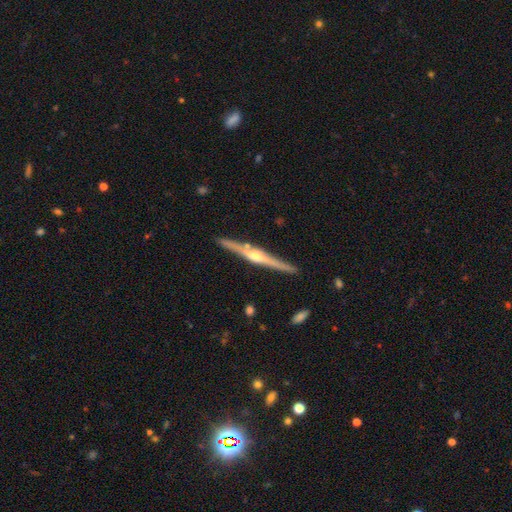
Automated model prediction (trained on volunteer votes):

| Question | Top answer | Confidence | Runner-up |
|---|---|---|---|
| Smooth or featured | featured or disk | 82% | smooth (13%) |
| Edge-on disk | yes | 98% | no (2%) |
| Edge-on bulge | rounded | 90% | none (5%) |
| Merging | none | 89% | minor disturbance (7%) |